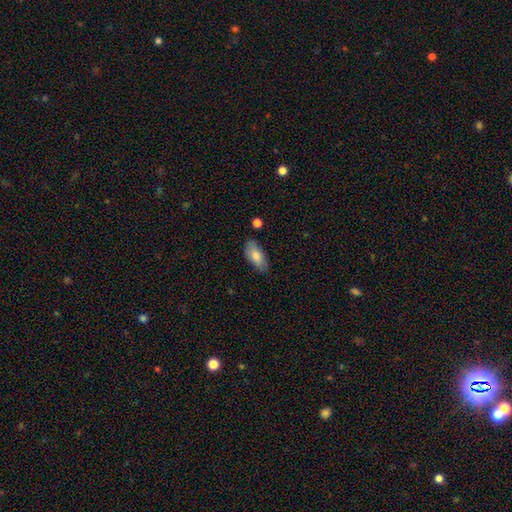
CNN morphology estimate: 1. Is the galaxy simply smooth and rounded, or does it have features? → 78% smooth, 15% featured or disk, 6% star or artifact.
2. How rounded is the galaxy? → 86% in between, 11% cigar-shaped, 3% round.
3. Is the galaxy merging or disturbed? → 80% none, 15% minor disturbance, 3% merger, 3% major disturbance.